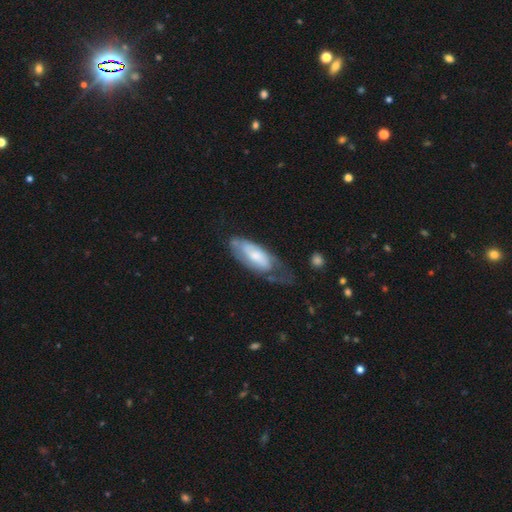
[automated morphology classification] Overall: featured or disk (48%; smooth 46%). Merging: major disturbance (35%; minor disturbance 32%).